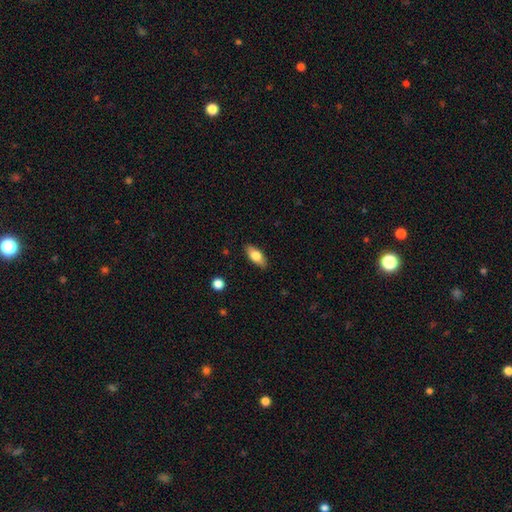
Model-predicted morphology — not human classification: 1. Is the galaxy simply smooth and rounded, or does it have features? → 74% smooth, 19% featured or disk, 7% star or artifact.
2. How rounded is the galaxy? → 83% in between, 14% cigar-shaped, 3% round.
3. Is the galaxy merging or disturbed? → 87% none, 10% minor disturbance, 2% major disturbance, 1% merger.